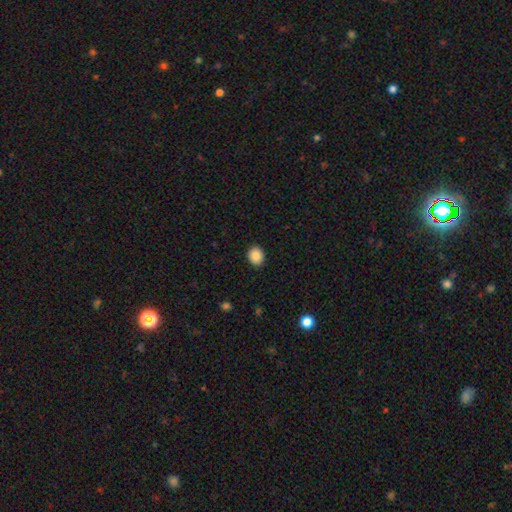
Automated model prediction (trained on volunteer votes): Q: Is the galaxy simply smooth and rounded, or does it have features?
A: smooth — 88%.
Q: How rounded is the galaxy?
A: round — 54%.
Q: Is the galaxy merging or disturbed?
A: none — 90%.